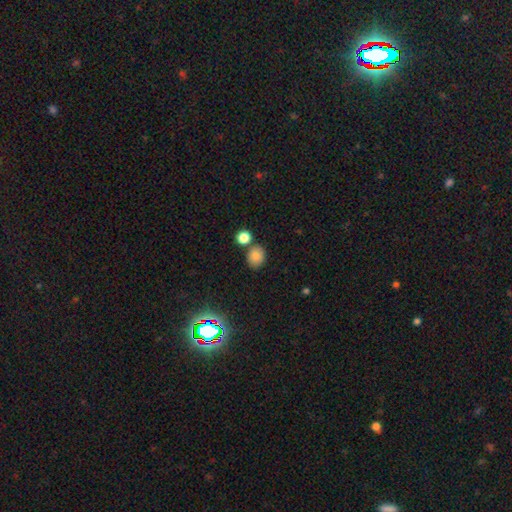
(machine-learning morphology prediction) smooth-or-featured: smooth: 82% | star or artifact: 12% | featured or disk: 6%
  how-rounded: round: 62% | in between: 37% | cigar-shaped: 1%
  merging: none: 70% | merger: 16% | minor disturbance: 11% | major disturbance: 3%